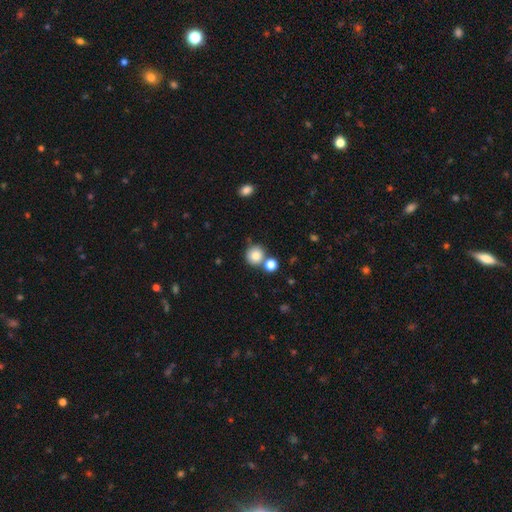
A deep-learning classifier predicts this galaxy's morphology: smooth 83%, star or artifact 10%, featured or disk 7%. Down the decision tree: how rounded — round (90%); merging — none (66%).